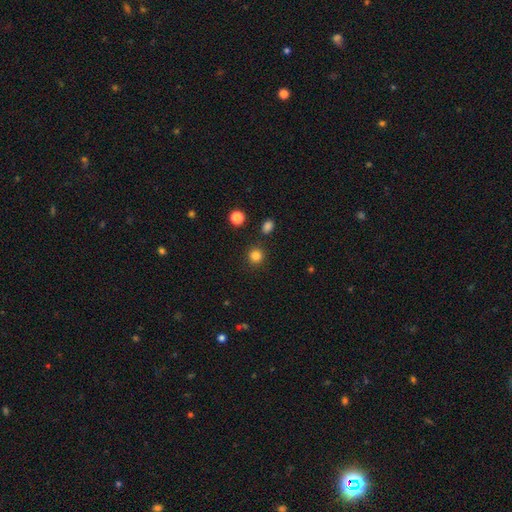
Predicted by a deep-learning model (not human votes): This appears to be a smooth galaxy with no disk features (83%) that is round (93%). Merging: none (88%).